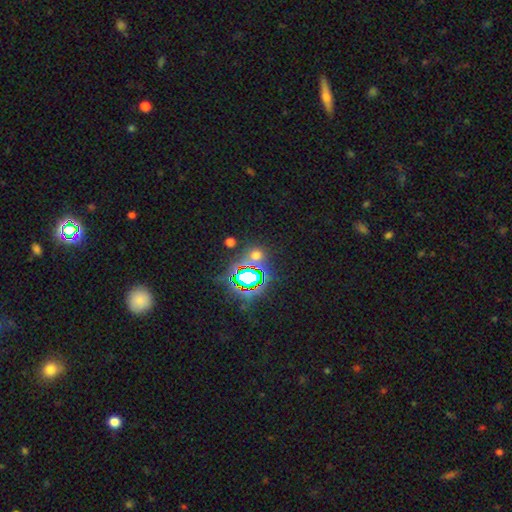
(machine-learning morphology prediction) star or artifact 58%, smooth 34%, featured or disk 8%.